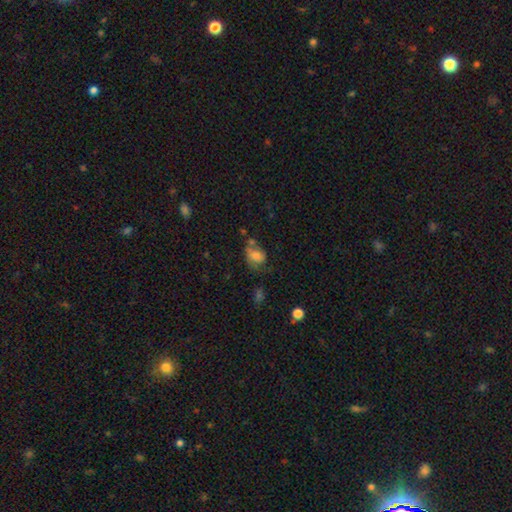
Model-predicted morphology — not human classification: A smooth galaxy with no disk features (66%) that is in between round and cigar-shaped (62%). Merging: none (36%).